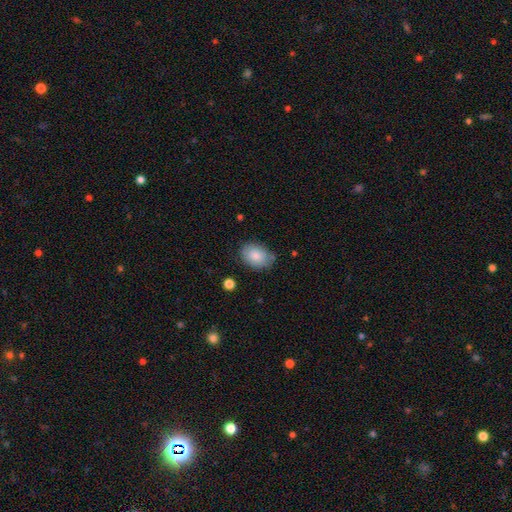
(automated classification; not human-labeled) Overall: smooth (84%). How rounded: in between (80%). Merging: none (76%).